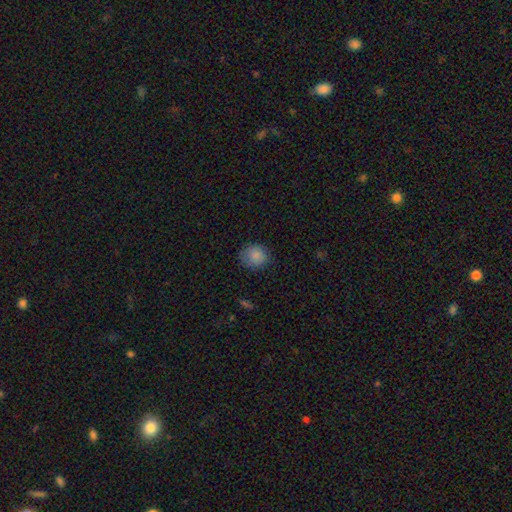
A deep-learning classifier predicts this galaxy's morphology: Smooth or featured: smooth — 86% (star or artifact — 9%)
How rounded: round — 81% (in between — 19%)
Merging: none — 80% (minor disturbance — 16%)